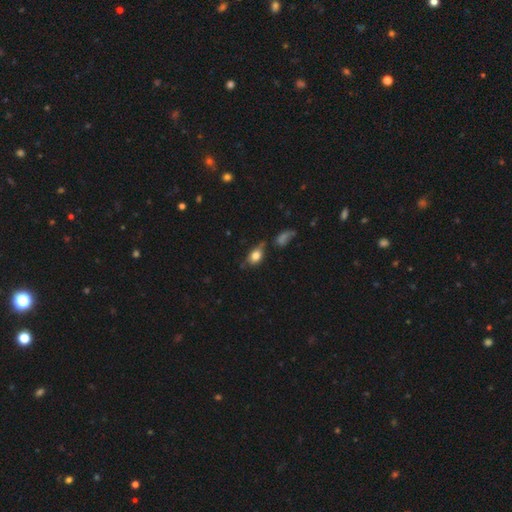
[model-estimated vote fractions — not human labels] A smooth galaxy with no disk features (76%) that is in between round and cigar-shaped (76%). Merging: none (52%).